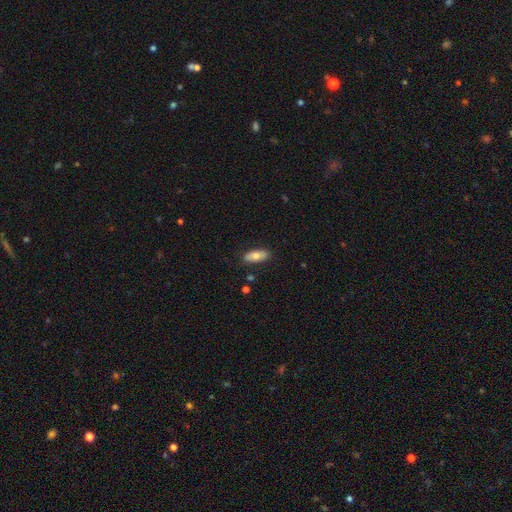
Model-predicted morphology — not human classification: smooth 71%, featured or disk 22%, star or artifact 6%. Down the decision tree: how rounded — in between (78%); merging — none (85%).